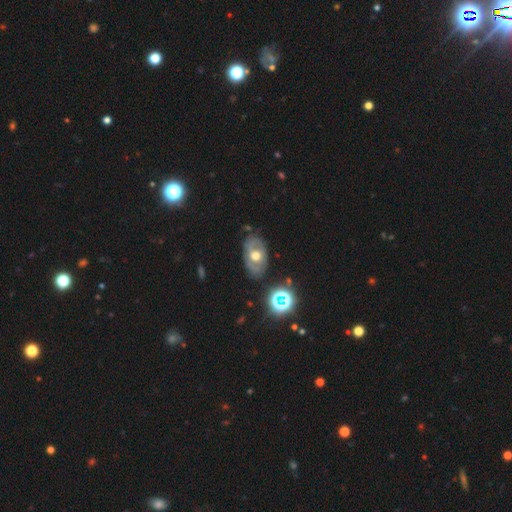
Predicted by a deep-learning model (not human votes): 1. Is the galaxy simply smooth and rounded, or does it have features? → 64% featured or disk, 26% smooth, 10% star or artifact.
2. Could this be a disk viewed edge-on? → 93% no, 7% yes.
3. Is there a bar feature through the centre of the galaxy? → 69% no, 24% weak, 7% strong.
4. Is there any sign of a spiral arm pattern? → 51% yes, 49% no.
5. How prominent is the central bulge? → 75% moderate, 15% large, 8% small, 1% dominant, 1% none.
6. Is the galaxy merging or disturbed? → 75% none, 17% minor disturbance, 6% major disturbance, 2% merger.